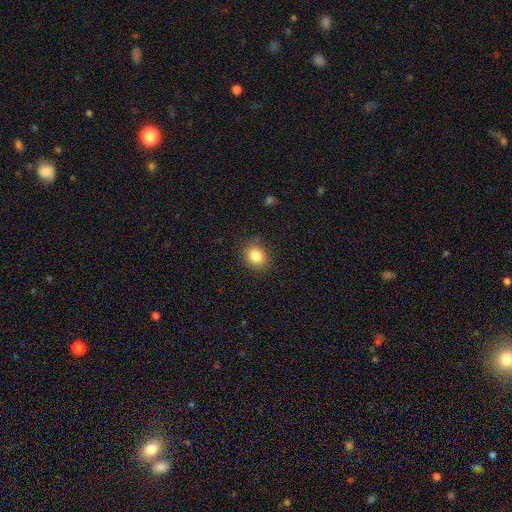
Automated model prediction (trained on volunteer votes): smooth_or_featured: smooth (p=0.84) [alt: star or artifact p=0.10]
how_rounded: round (p=0.61) [alt: in between p=0.38]
merging: none (p=0.85) [alt: minor disturbance p=0.11]